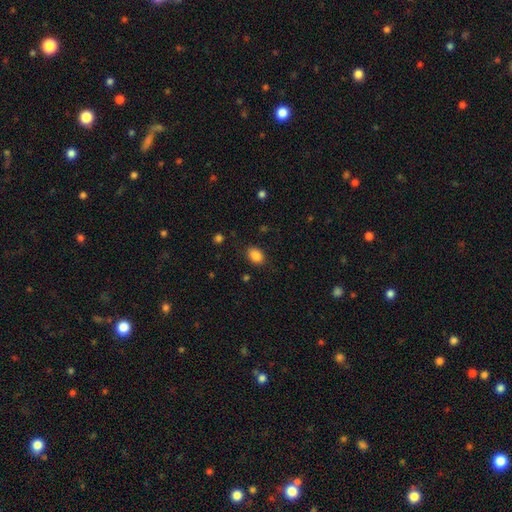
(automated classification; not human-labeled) Morphology: type=smooth (86%); roundness=in between (72%); merging=none (84%).